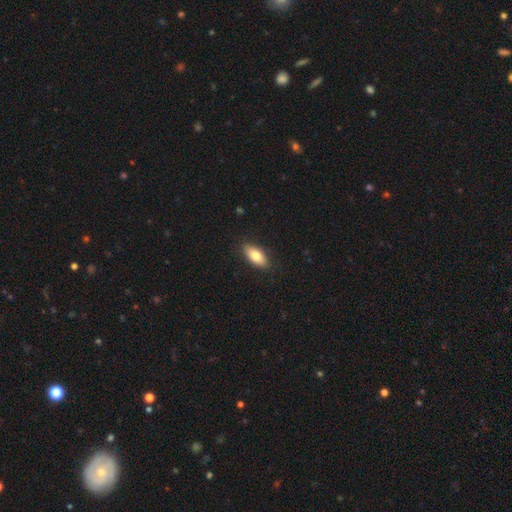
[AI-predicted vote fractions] Morphology: type=smooth (80%); roundness=in between (86%); merging=none (87%).